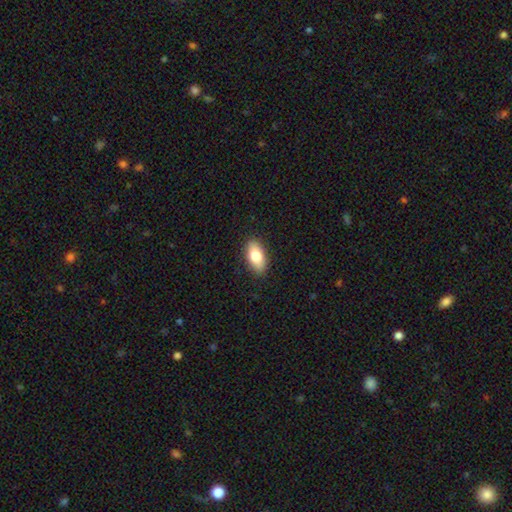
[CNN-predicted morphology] This is likely a smooth galaxy (77%). How rounded: clearly in between (88%). Merging: clearly none (89%).